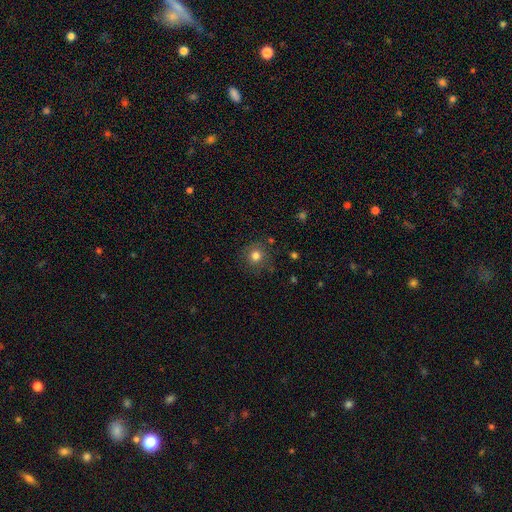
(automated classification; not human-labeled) smooth-or-featured: smooth: 80% | star or artifact: 13% | featured or disk: 7%
  how-rounded: round: 91% | in between: 8% | cigar-shaped: 1%
  merging: none: 84% | minor disturbance: 11% | major disturbance: 3% | merger: 2%